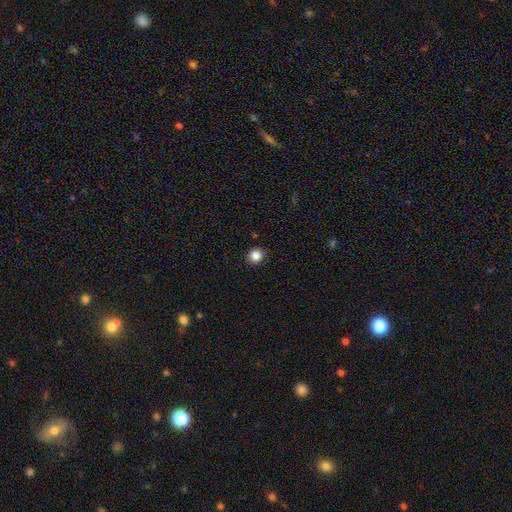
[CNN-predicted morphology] This is clearly a smooth galaxy (85%). How rounded: clearly round (88%). Merging: clearly none (91%).